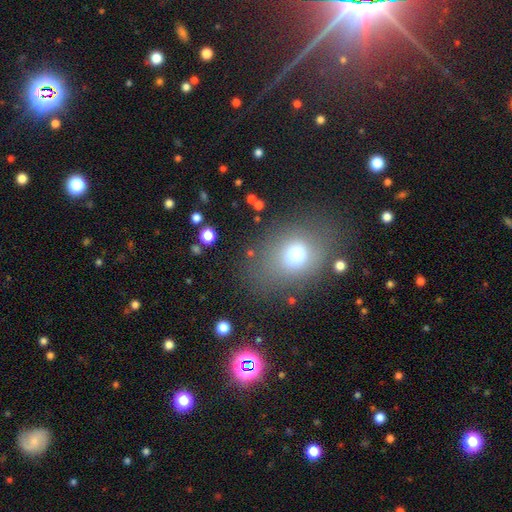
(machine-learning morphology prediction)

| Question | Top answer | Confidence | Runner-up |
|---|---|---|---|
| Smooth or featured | smooth | 65% | star or artifact (23%) |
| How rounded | in between | 54% | round (45%) |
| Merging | none | 80% | minor disturbance (11%) |